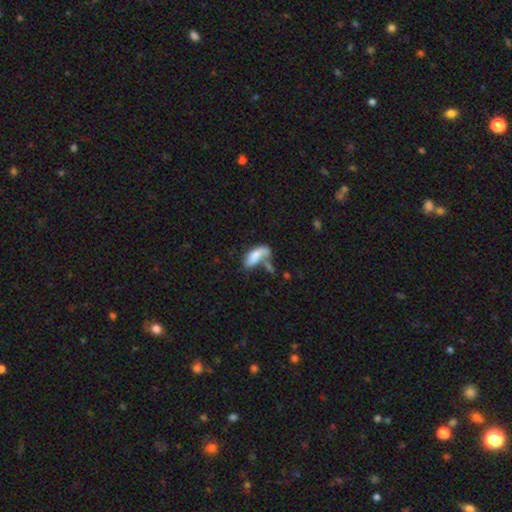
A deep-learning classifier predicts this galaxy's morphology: A smooth galaxy with no disk features (74%) that is in between round and cigar-shaped (80%).

Vote fractions:
- Smooth or featured? smooth: 74% / featured or disk: 19% / star or artifact: 8%
- How rounded? in between: 80% / cigar-shaped: 17% / round: 3%
- Merging? merger: 38% / none: 27% / minor disturbance: 18% / major disturbance: 17%